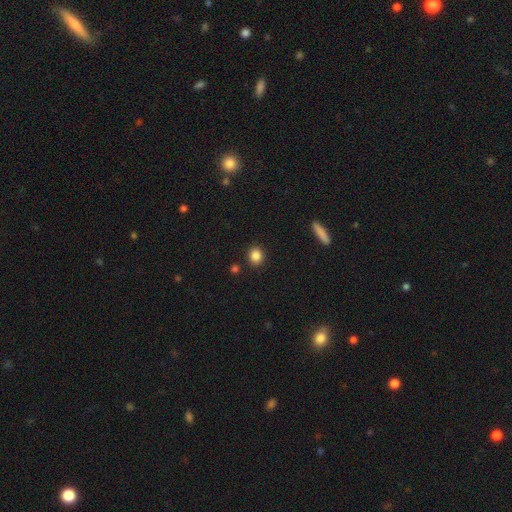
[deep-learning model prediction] This appears to be a smooth galaxy with no disk features (85%) that is round (77%). Merging: none (89%).